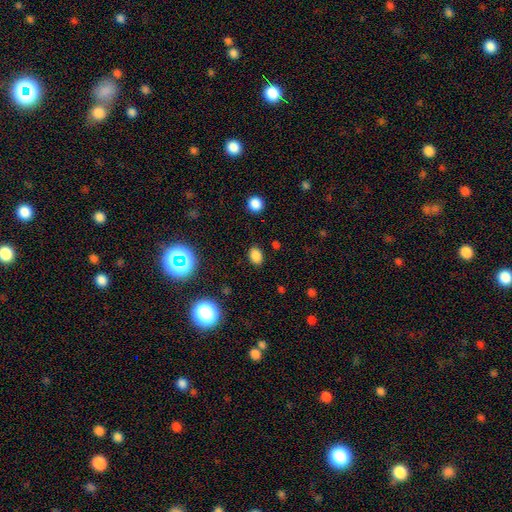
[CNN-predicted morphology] Smooth or featured? Predicted: smooth (p=0.79). How rounded? Predicted: in between (p=0.72). Merging? Predicted: none (p=0.86).